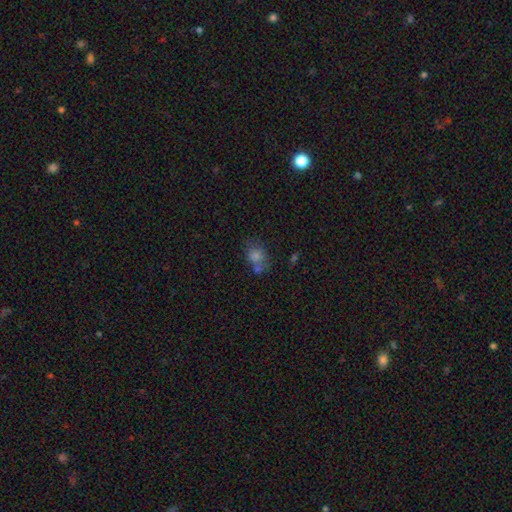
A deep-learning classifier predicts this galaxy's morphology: smooth 70%, star or artifact 17%, featured or disk 13%. Down the decision tree: how rounded — round (52%); merging — none (48%).